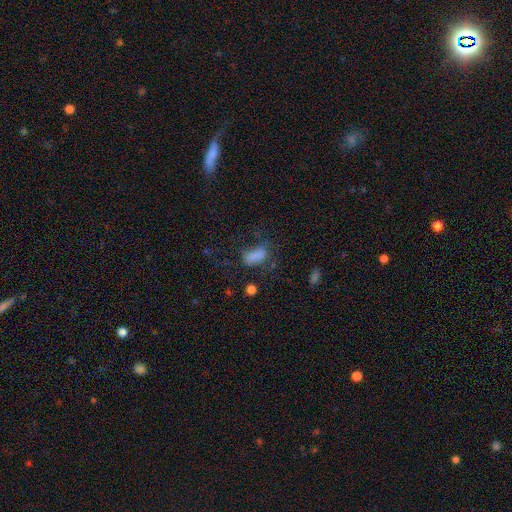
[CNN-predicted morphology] A smooth galaxy with no disk features (73%) that is in between round and cigar-shaped (84%). Merging: none (44%).